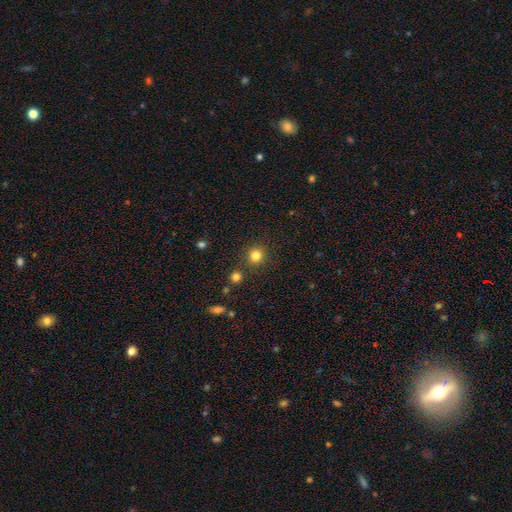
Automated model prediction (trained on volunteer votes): This appears to be a smooth galaxy with no disk features (81%) that is round (88%). Merging: none (85%).